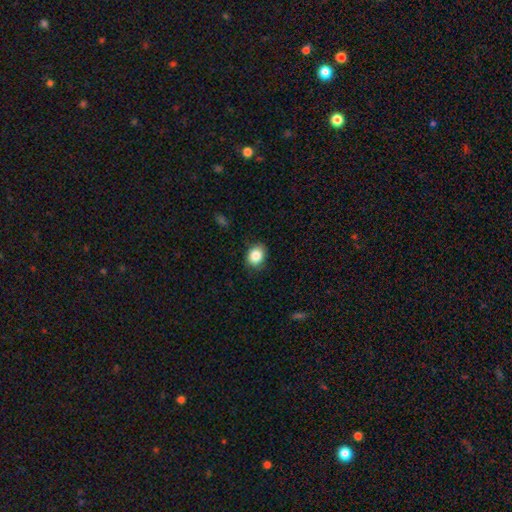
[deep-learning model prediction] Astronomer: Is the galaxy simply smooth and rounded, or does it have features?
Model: smooth — 86%.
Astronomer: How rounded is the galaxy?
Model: in between — 59% (runner-up: round, 41%).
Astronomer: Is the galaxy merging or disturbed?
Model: none — 85%.